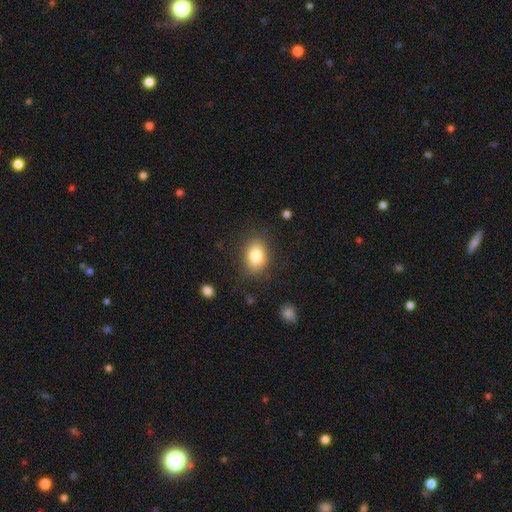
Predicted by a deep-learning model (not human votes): This appears to be a smooth galaxy with no disk features (82%) that is in between round and cigar-shaped (73%). Merging: none (82%).